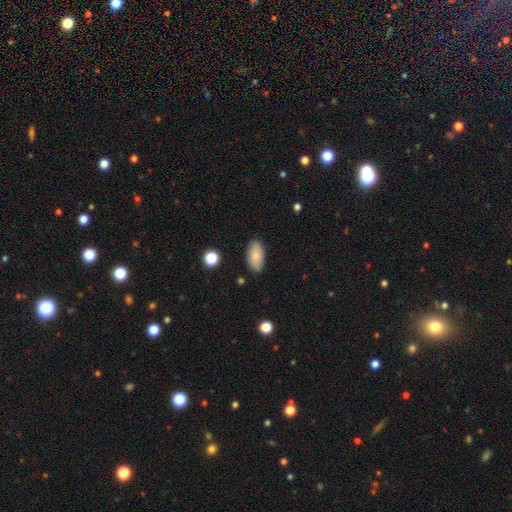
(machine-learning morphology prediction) Overall: smooth (84%). How rounded: in between (93%). Merging: none (85%).